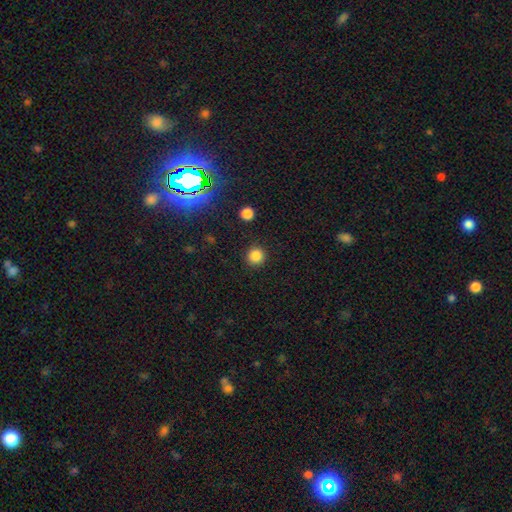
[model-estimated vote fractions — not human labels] This appears to be a smooth galaxy with no disk features (85%) that is round (94%). Merging: none (91%).